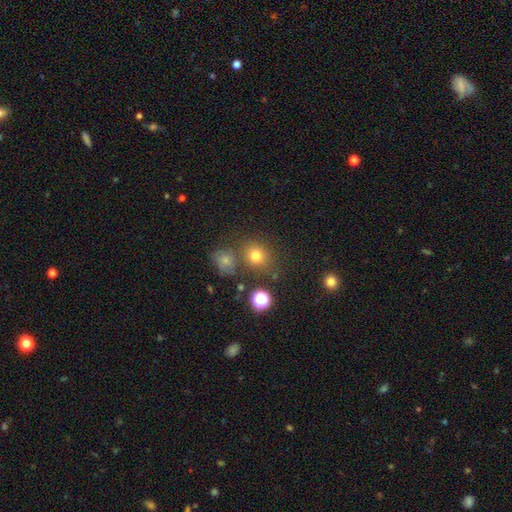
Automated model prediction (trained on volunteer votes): This appears to be a smooth galaxy with no disk features (72%) that is round (79%). Merging: none (72%).